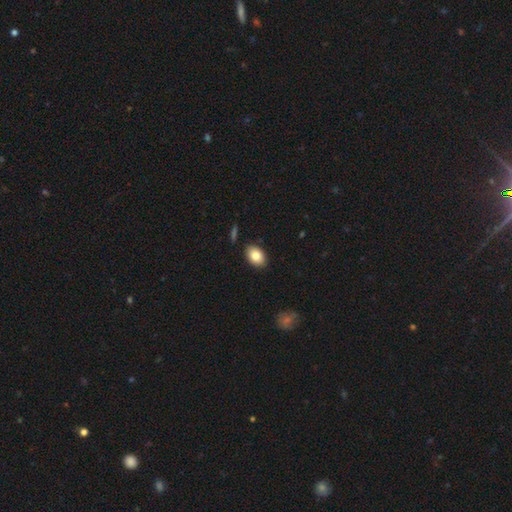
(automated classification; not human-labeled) This appears to be a smooth galaxy with no disk features (83%) that is in between round and cigar-shaped (86%). Merging: none (88%).